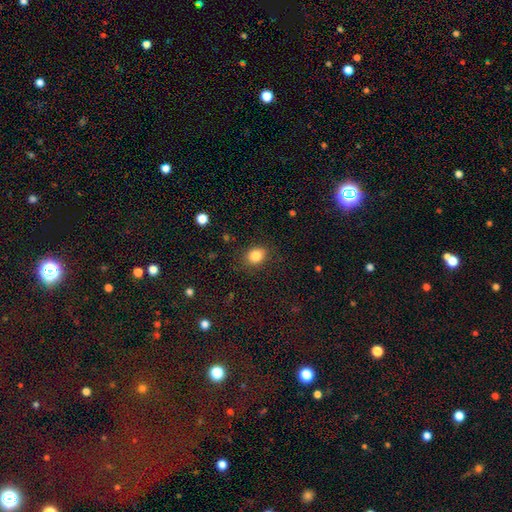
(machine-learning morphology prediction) smooth 85%, star or artifact 10%, featured or disk 5%. Down the decision tree: how rounded — round (52%); merging — none (82%).